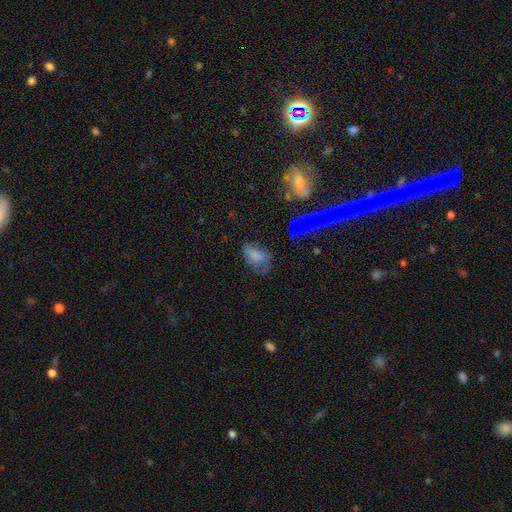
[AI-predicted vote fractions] Smooth or featured: smooth — 69% (featured or disk — 16%)
How rounded: in between — 88% (round — 7%)
Merging: none — 42% (minor disturbance — 31%)